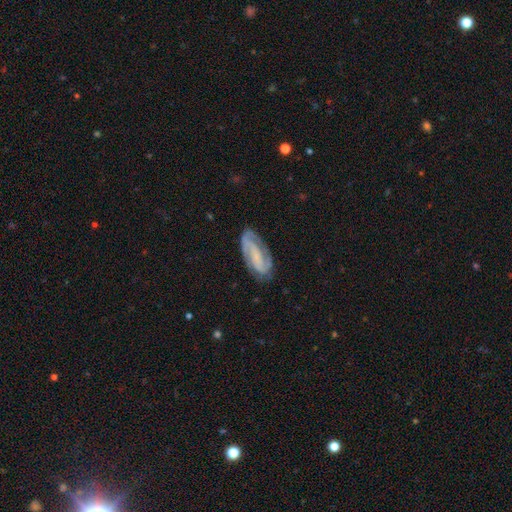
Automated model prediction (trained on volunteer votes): Overall: featured or disk (73%). Edge-on disk: no (93%). Bar: weak (39%; no 33%). Spiral arms: yes (92%). Spiral arm count: 2 (75%). Spiral winding: tight (42%; medium 41%). Bulge size: none (45%; small 38%). Merging: none (76%).